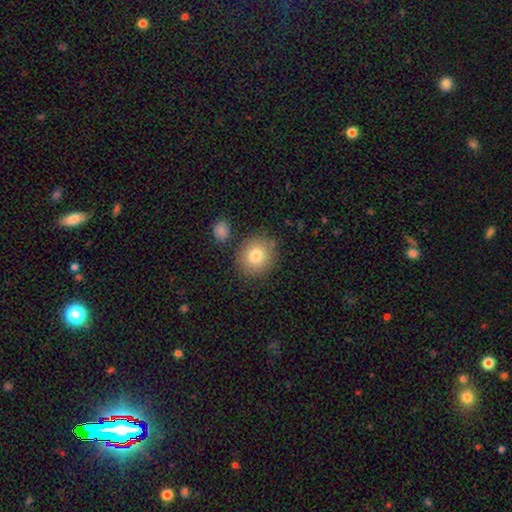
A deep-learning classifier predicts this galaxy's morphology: smooth_or_featured: smooth (p=0.81) [alt: featured or disk p=0.10]
how_rounded: round (p=0.83) [alt: in between p=0.16]
merging: none (p=0.80) [alt: minor disturbance p=0.11]